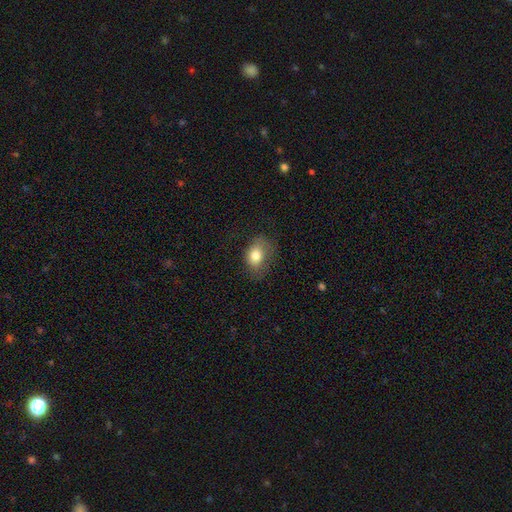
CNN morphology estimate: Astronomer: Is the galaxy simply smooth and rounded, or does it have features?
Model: smooth — 79%.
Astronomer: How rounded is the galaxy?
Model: in between — 71%.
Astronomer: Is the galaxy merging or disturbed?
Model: none — 58%.